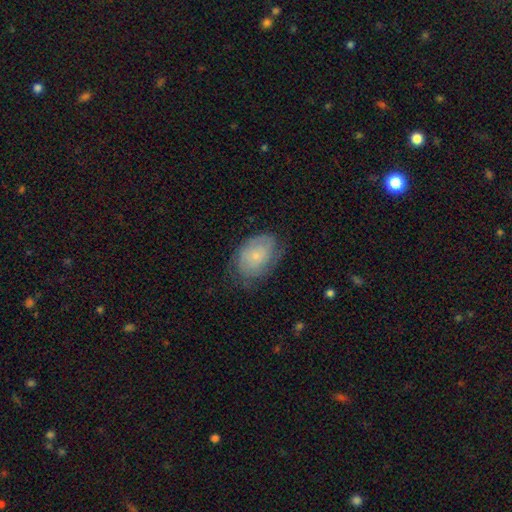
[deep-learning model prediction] This is possibly a smooth galaxy (49%). Merging: likely none (62%).